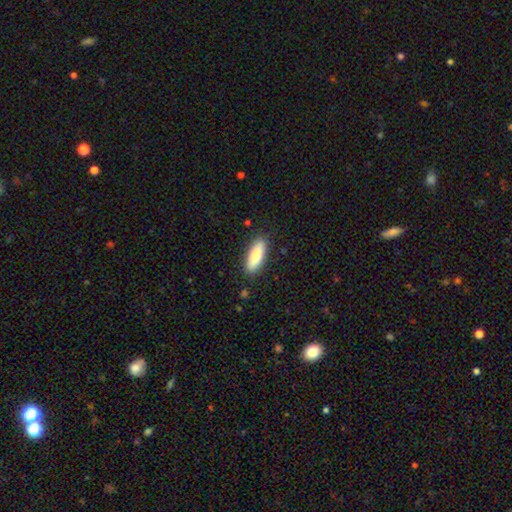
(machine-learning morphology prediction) smooth 83%, featured or disk 11%, star or artifact 6%. Down the decision tree: how rounded — in between (61%); merging — none (86%).